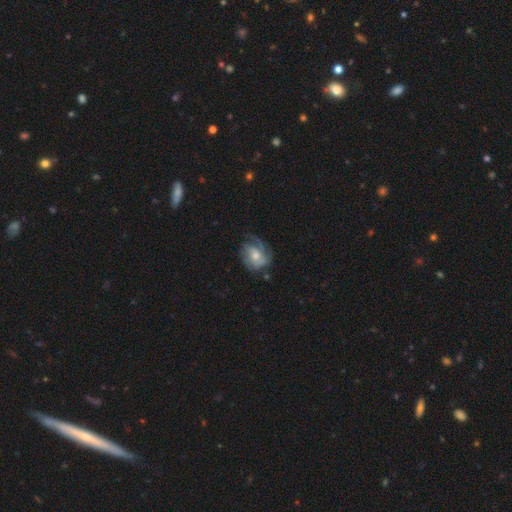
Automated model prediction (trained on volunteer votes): Smooth or featured: featured or disk — 69% (smooth — 24%)
Edge-on disk: no — 97% (yes — 3%)
Bar: no — 69% (weak — 26%)
Spiral arms: yes — 87% (no — 13%)
Spiral winding: tight — 47% (medium — 36%)
Spiral arm count: can't tell — 29% (2 — 28%)
Bulge size: moderate — 56% (small — 33%)
Merging: none — 53% (minor disturbance — 24%)